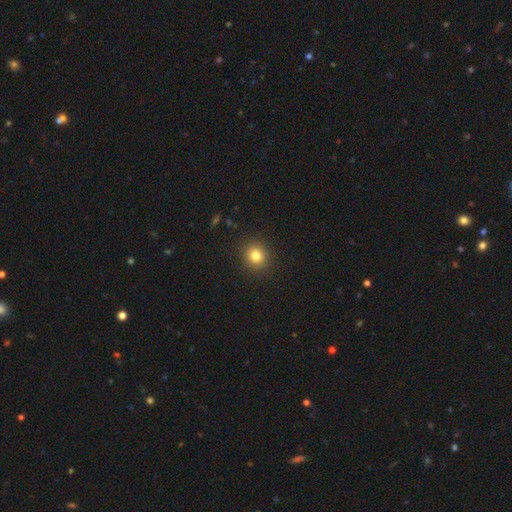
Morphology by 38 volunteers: A smooth galaxy with no disk features (87%) that is round (85%).

Vote fractions:
- Smooth or featured? smooth: 87% / featured or disk: 8% / star or artifact: 5%
- How rounded? round: 85% / in between: 15% / cigar-shaped: 0%
- Merging? none: 92% / minor disturbance: 6% / merger: 3% / major disturbance: 0%